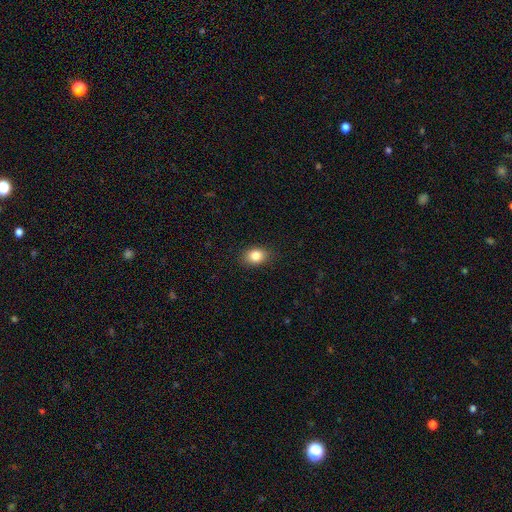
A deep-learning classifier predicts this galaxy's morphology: Smooth or featured? Predicted: smooth (p=0.84). How rounded? Predicted: in between (p=0.69). Merging? Predicted: none (p=0.87).